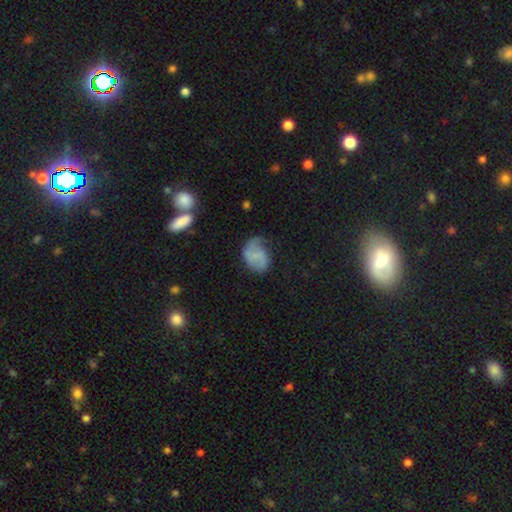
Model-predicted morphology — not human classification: featured or disk 51%, smooth 41%, star or artifact 9%. Down the decision tree: edge-on disk — no (98%); merging — none (44%).